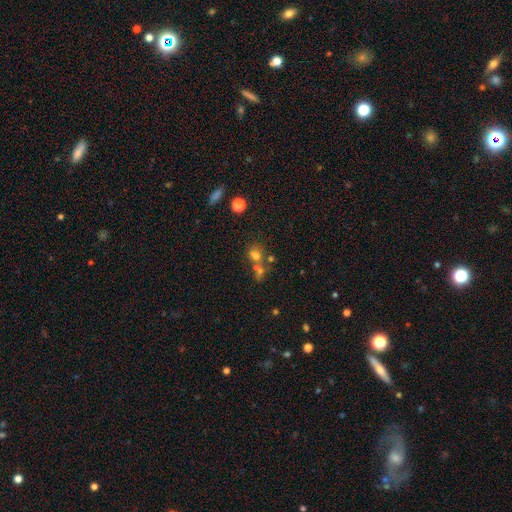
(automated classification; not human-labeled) Overall: smooth (61%; star or artifact 22%). How rounded: round (63%; in between 35%). Merging: merger (45%; none 38%).